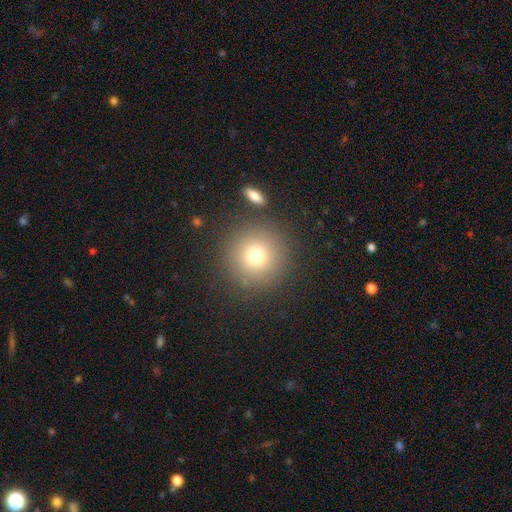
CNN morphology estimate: Q: Smooth or featured?
A: smooth (74%); runner-up: star or artifact (14%)
Q: How rounded?
A: round (95%); runner-up: in between (4%)
Q: Merging?
A: none (86%); runner-up: minor disturbance (7%)